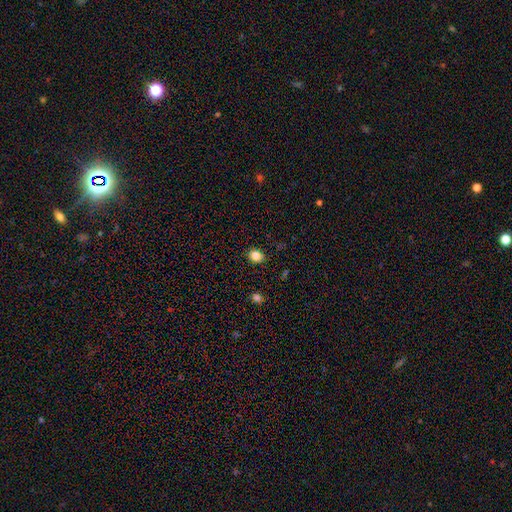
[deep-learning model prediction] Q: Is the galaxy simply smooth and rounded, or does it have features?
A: smooth — 84%.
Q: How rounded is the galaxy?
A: round — 56%.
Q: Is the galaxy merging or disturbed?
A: none — 90%.